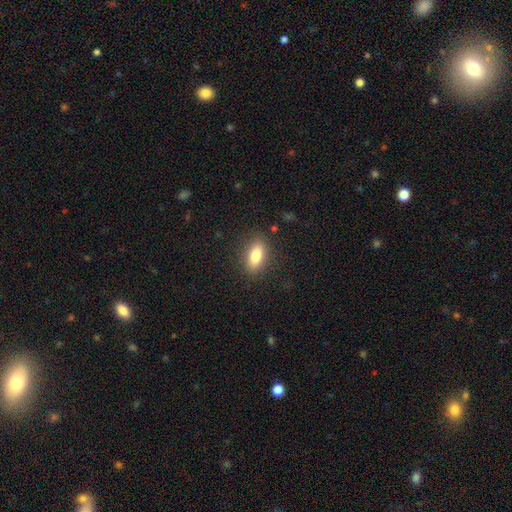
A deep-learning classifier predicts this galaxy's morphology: Smooth or featured? smooth (79%)
How rounded? in between (82%)
Merging? none (86%)